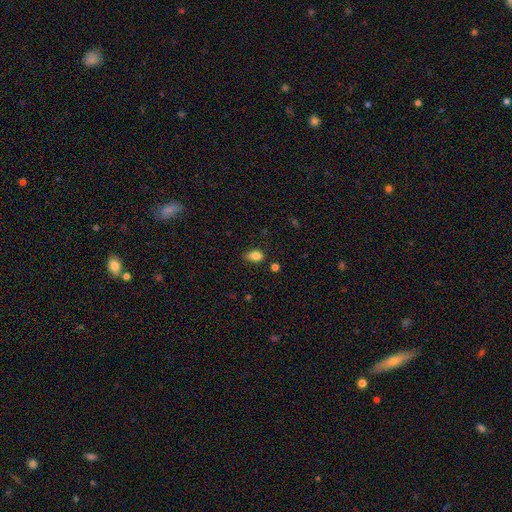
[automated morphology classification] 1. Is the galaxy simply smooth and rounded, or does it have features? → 83% smooth, 10% star or artifact, 7% featured or disk.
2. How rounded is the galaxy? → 79% in between, 19% round, 2% cigar-shaped.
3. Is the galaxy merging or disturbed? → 63% none, 28% minor disturbance, 5% major disturbance, 4% merger.